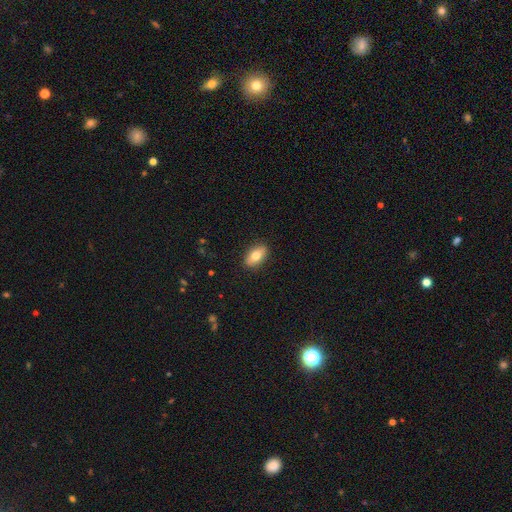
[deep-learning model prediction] Overall: smooth (77%). How rounded: in between (90%). Merging: none (88%).